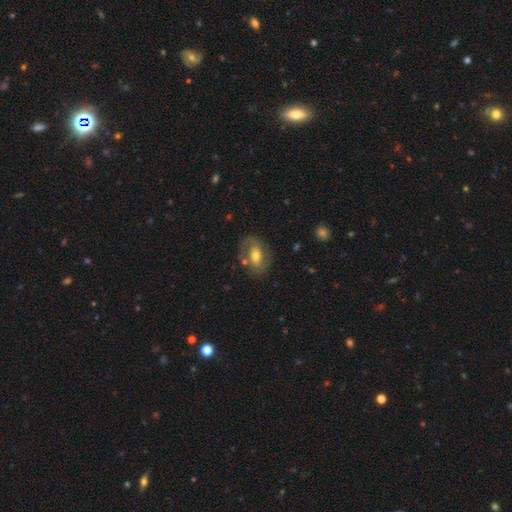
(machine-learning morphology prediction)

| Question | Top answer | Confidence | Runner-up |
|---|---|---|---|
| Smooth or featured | featured or disk | 52% | smooth (40%) |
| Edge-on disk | no | 94% | yes (6%) |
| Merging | none | 67% | minor disturbance (18%) |